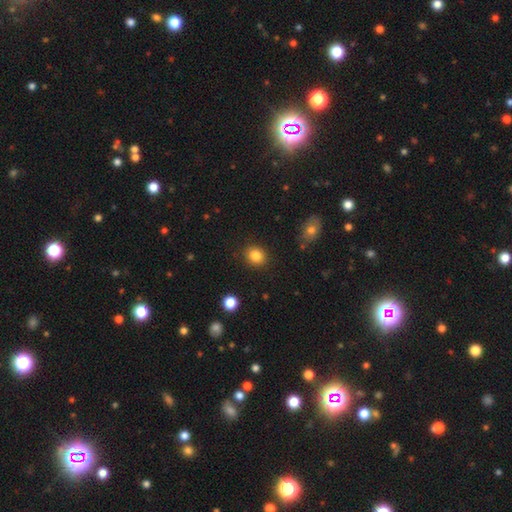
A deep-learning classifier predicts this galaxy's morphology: smooth-or-featured: smooth: 85% | star or artifact: 10% | featured or disk: 5%
  how-rounded: round: 74% | in between: 25% | cigar-shaped: 1%
  merging: none: 89% | minor disturbance: 7% | major disturbance: 2% | merger: 2%